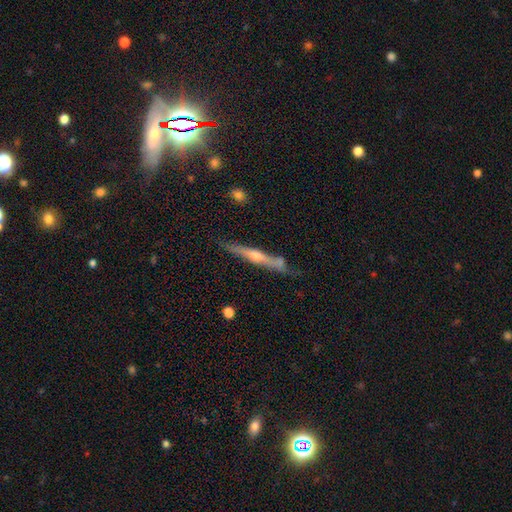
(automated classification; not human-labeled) smooth_or_featured: featured or disk (p=0.74) [alt: smooth p=0.18]
disk_edge_on: yes (p=0.96) [alt: no p=0.04]
edge_on_bulge: rounded (p=0.82) [alt: none p=0.12]
merging: none (p=0.79) [alt: minor disturbance p=0.14]